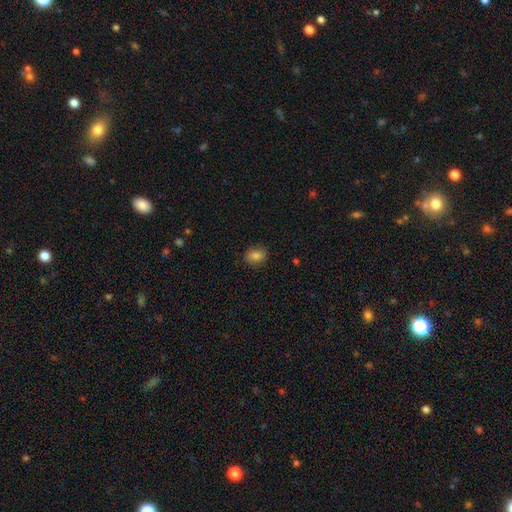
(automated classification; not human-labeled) Smooth or featured?
  - smooth: 80% *
  - star or artifact: 10%
  - featured or disk: 9%
How rounded?
  - round: 53% *
  - in between: 46%
  - cigar-shaped: 1%
Merging?
  - none: 85% *
  - minor disturbance: 11%
  - major disturbance: 3%
  - merger: 1%